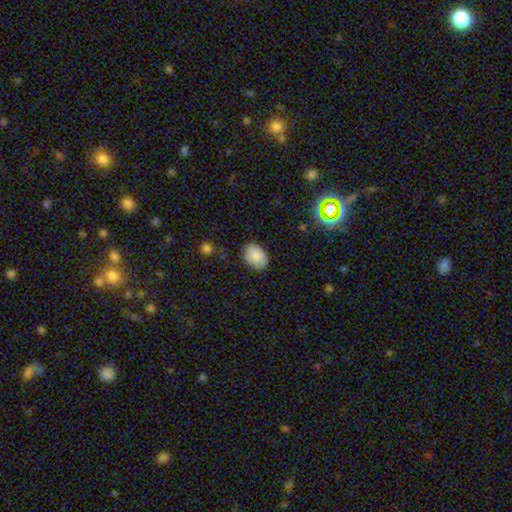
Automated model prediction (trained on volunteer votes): A smooth galaxy with no disk features (85%) that is in between round and cigar-shaped (80%).

Vote fractions:
- Smooth or featured? smooth: 85% / star or artifact: 8% / featured or disk: 7%
- How rounded? in between: 80% / round: 19% / cigar-shaped: 1%
- Merging? none: 82% / minor disturbance: 14% / major disturbance: 3% / merger: 1%